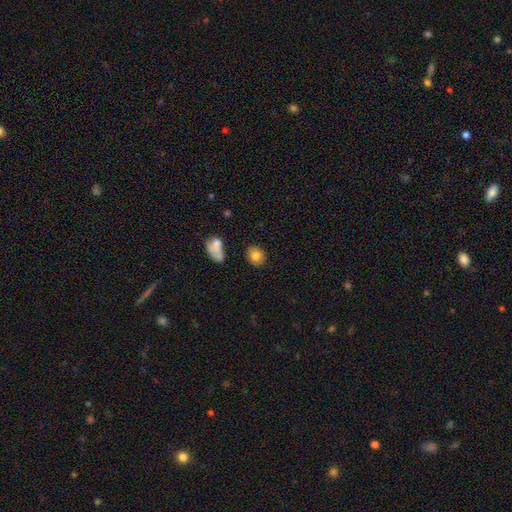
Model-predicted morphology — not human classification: smooth-or-featured: smooth: 80% | featured or disk: 11% | star or artifact: 9%
  how-rounded: round: 63% | in between: 35% | cigar-shaped: 1%
  merging: none: 79% | minor disturbance: 14% | major disturbance: 4% | merger: 3%